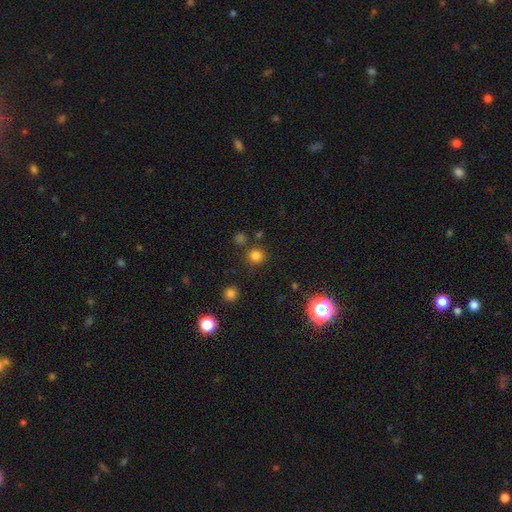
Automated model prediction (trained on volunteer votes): smooth_or_featured: smooth (p=0.78) [alt: star or artifact p=0.17]
how_rounded: round (p=0.91) [alt: in between p=0.08]
merging: none (p=0.81) [alt: minor disturbance p=0.09]